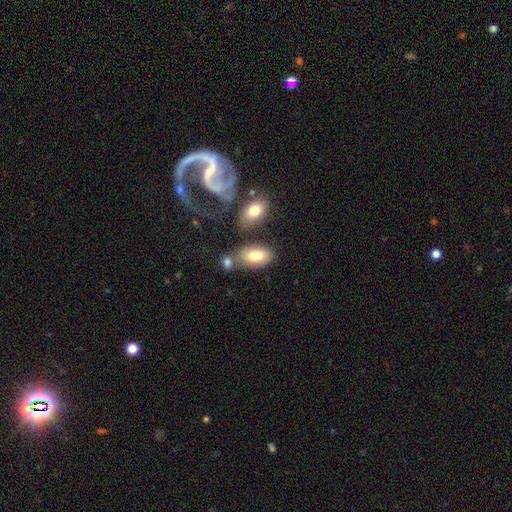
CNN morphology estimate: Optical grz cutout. It shows a smooth galaxy with no disk features (78%) that is in between round and cigar-shaped (93%). Merging: none (62%).